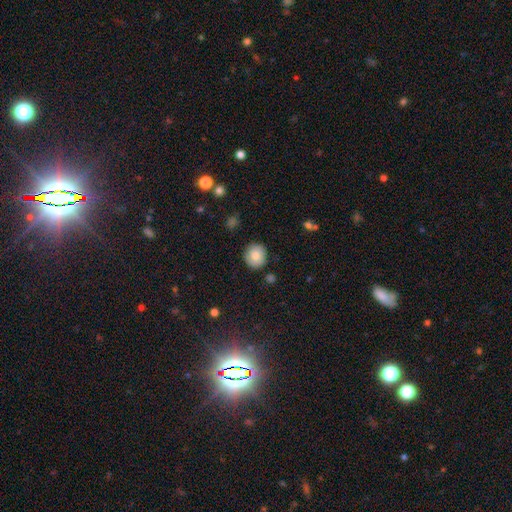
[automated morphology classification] This is clearly a smooth galaxy (85%). How rounded: clearly round (87%). Merging: clearly none (86%).